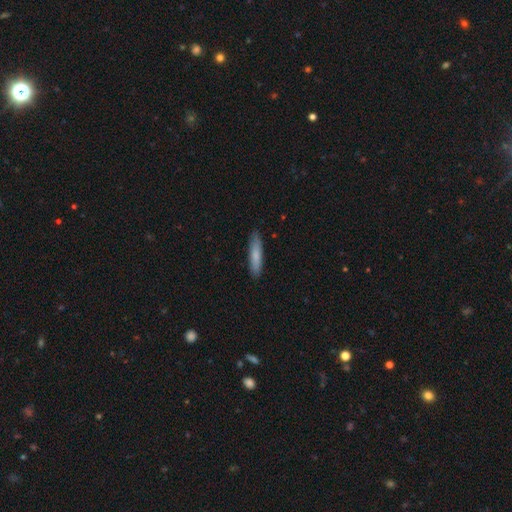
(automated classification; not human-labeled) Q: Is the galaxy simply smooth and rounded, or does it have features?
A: smooth — 79%.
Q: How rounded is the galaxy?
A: cigar-shaped — 84%.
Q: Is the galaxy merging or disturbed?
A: none — 87%.